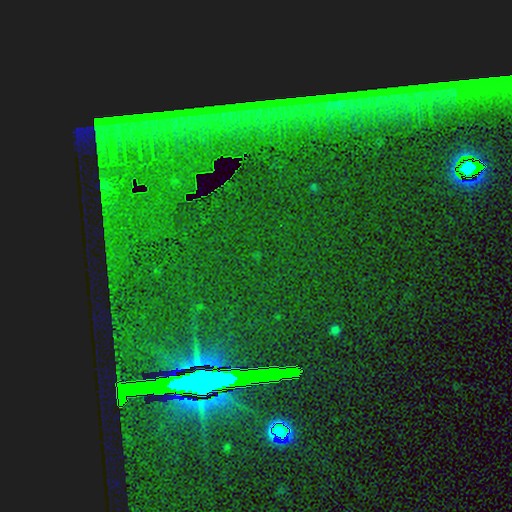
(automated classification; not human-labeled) This is clearly a star or artifact rather than a galaxy (85%).